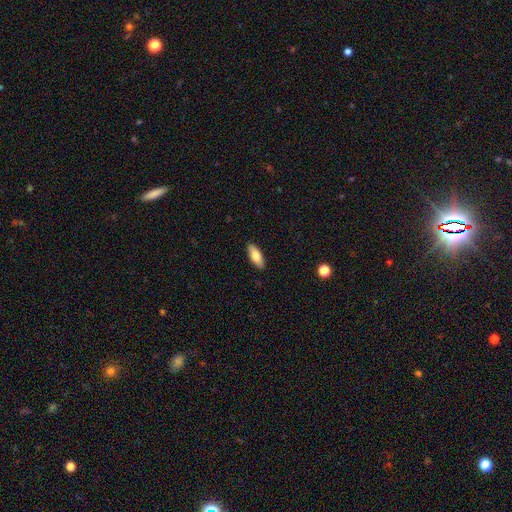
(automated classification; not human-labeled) smooth_or_featured: smooth (p=0.79) [alt: featured or disk p=0.15]
how_rounded: in between (p=0.76) [alt: cigar-shaped p=0.22]
merging: none (p=0.89) [alt: minor disturbance p=0.08]